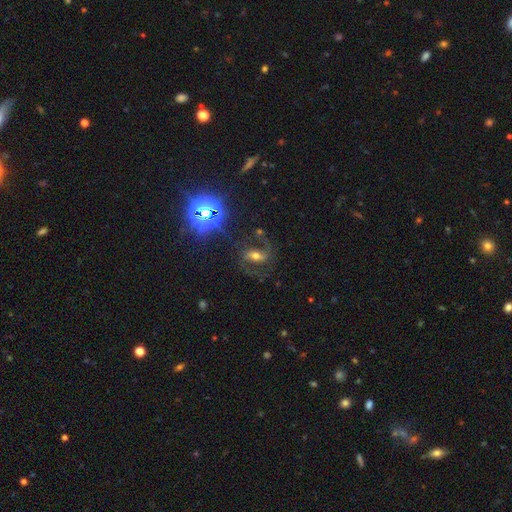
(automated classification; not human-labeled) This is likely a featured or disk galaxy (67%). It is clearly not viewed edge-on (94%). Bar: possibly strong (48%). Spiral arm pattern: clearly yes (91%). Spiral arm count: clearly 2 (89%). Spiral winding: marginally medium (45%). Central bulge: likely moderate (62%). Merging: likely none (71%).